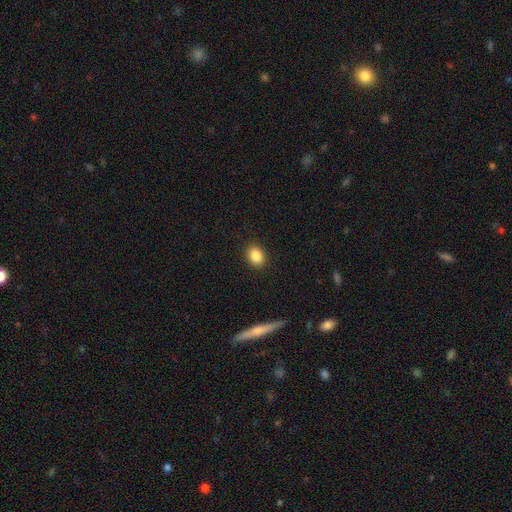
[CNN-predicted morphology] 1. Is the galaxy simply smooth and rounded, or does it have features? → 87% smooth, 8% star or artifact, 5% featured or disk.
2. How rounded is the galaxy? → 58% in between, 40% round, 2% cigar-shaped.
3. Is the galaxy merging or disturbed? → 90% none, 7% minor disturbance, 2% major disturbance, 1% merger.